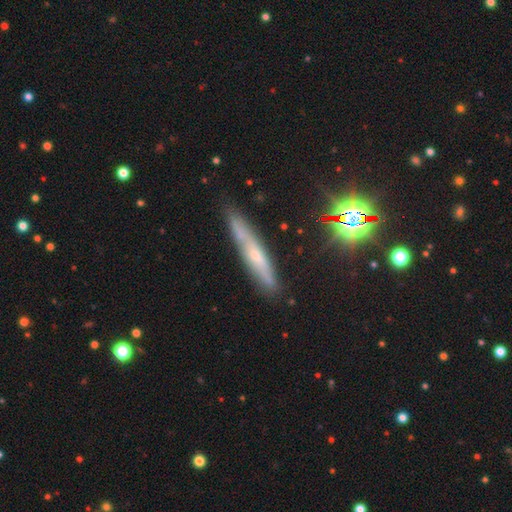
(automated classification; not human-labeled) Morphology: type=featured or disk (53%); edge-on=yes (78%); merging=none (77%).